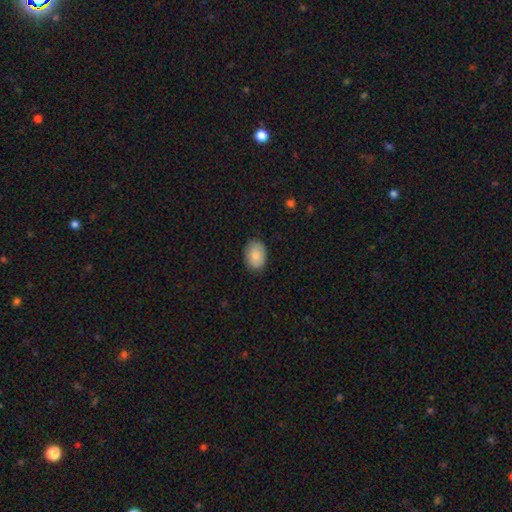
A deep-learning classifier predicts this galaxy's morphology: Smooth or featured: smooth — 87% (star or artifact — 7%)
How rounded: in between — 80% (round — 19%)
Merging: none — 84% (minor disturbance — 13%)